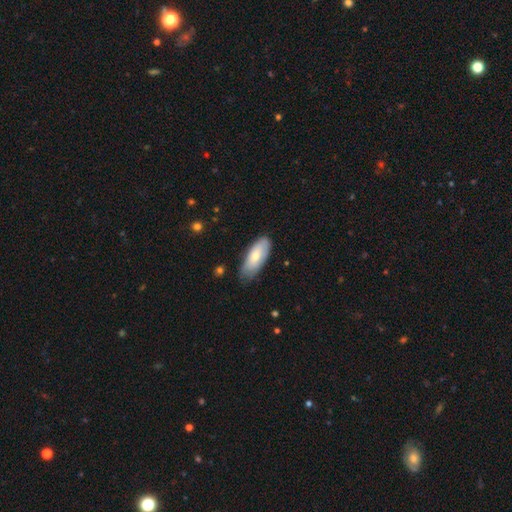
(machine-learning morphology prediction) type=smooth (71%); roundness=in between (81%); merging=none (74%).